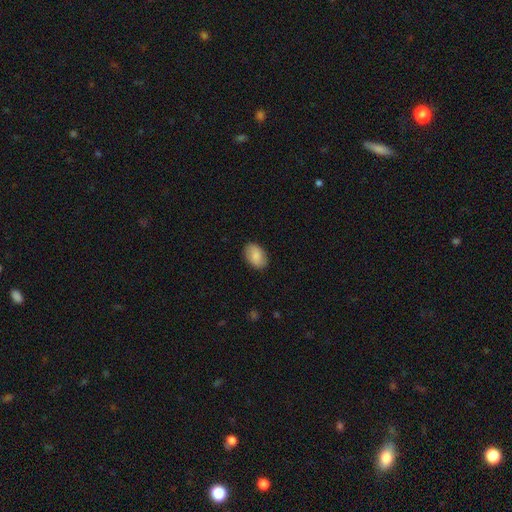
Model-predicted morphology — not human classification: Q: Smooth or featured?
A: smooth (84%); runner-up: featured or disk (10%)
Q: How rounded?
A: in between (88%); runner-up: round (11%)
Q: Merging?
A: none (87%); runner-up: minor disturbance (10%)